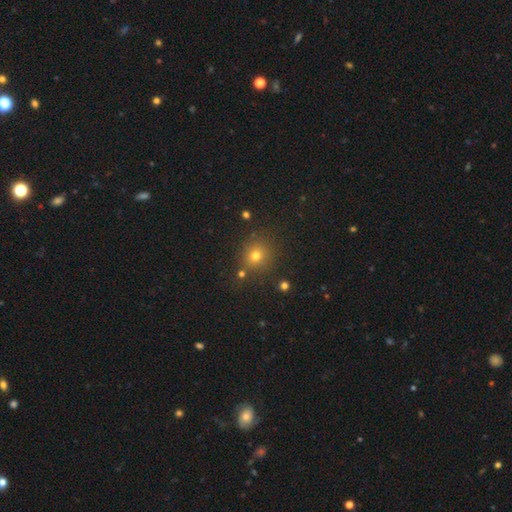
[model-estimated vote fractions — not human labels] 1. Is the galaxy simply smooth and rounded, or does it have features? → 72% smooth, 20% star or artifact, 8% featured or disk.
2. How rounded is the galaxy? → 86% round, 13% in between, 1% cigar-shaped.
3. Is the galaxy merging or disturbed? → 81% none, 9% minor disturbance, 7% merger, 3% major disturbance.